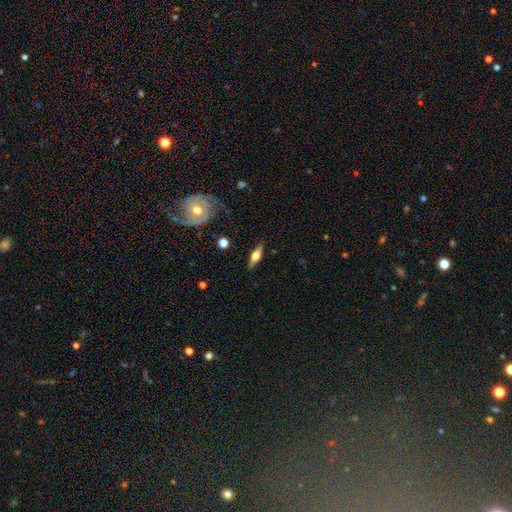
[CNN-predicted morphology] Overall: featured or disk (49%; smooth 44%). Merging: none (85%).